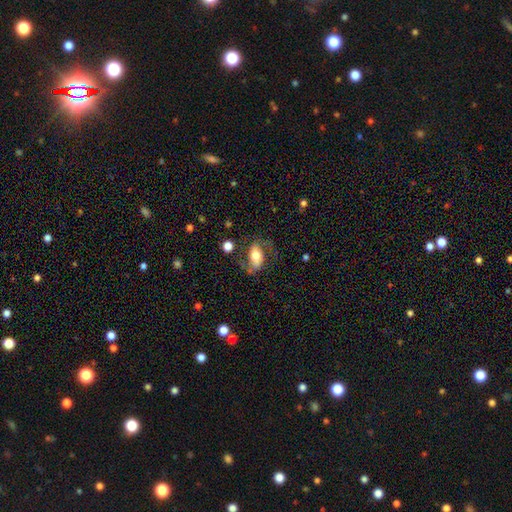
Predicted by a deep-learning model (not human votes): Q: Smooth or featured?
A: smooth (47%); runner-up: featured or disk (46%)
Q: Merging?
A: none (59%); runner-up: minor disturbance (21%)